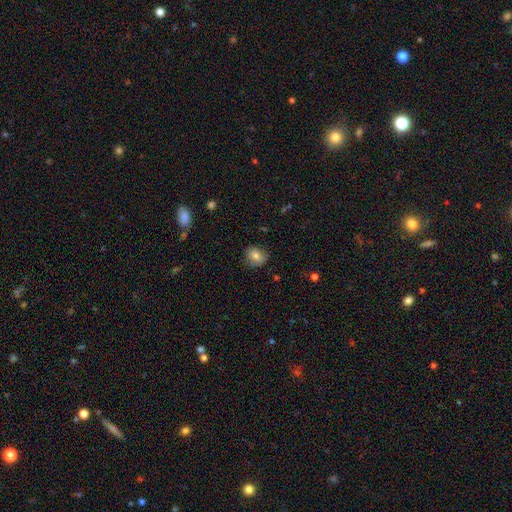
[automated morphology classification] smooth 79%, featured or disk 12%, star or artifact 10%. Down the decision tree: how rounded — round (58%); merging — none (76%).